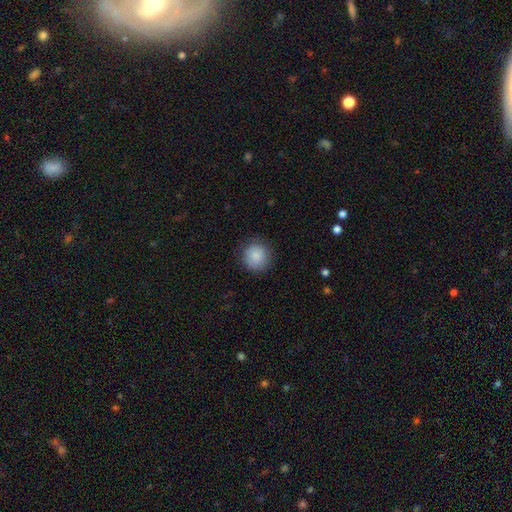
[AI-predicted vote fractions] A smooth galaxy with no disk features (87%) that is round (93%).

Vote fractions:
- Smooth or featured? smooth: 87% / star or artifact: 8% / featured or disk: 5%
- How rounded? round: 93% / in between: 6% / cigar-shaped: 1%
- Merging? none: 87% / minor disturbance: 10% / major disturbance: 3% / merger: 1%